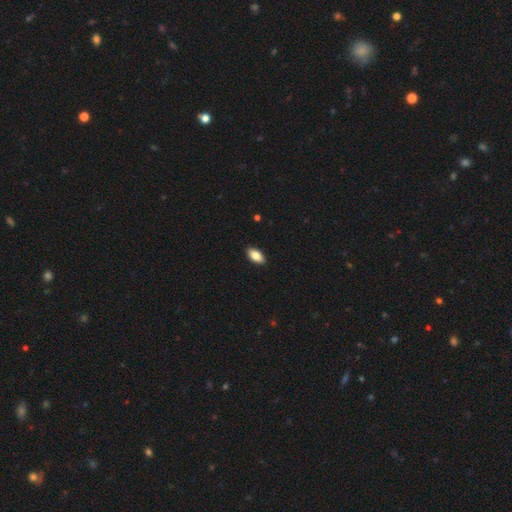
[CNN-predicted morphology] type=smooth (84%); roundness=in between (92%); merging=none (90%).